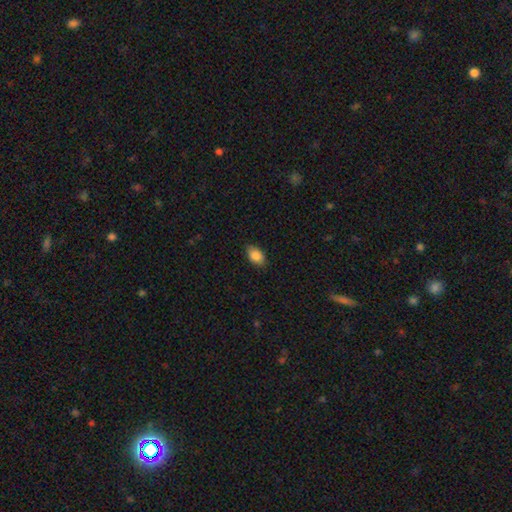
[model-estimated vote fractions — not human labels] smooth 87%, star or artifact 7%, featured or disk 5%. Down the decision tree: how rounded — in between (90%); merging — none (85%).